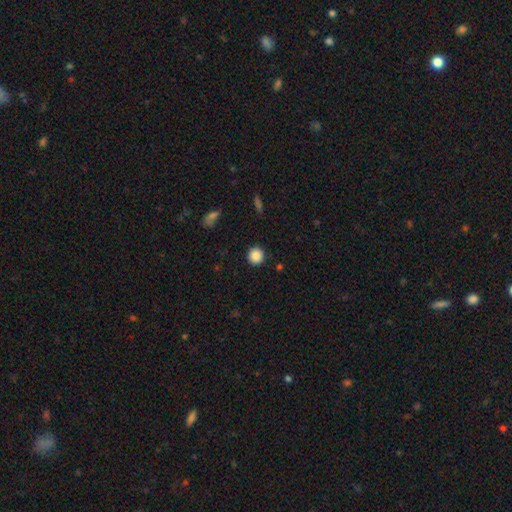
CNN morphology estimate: A smooth galaxy with no disk features (87%) that is round (93%).

Vote fractions:
- Smooth or featured? smooth: 87% / star or artifact: 9% / featured or disk: 3%
- How rounded? round: 93% / in between: 6% / cigar-shaped: 1%
- Merging? none: 91% / minor disturbance: 6% / major disturbance: 2% / merger: 1%